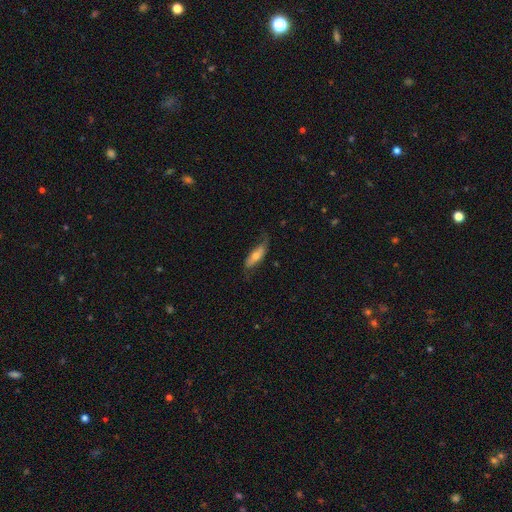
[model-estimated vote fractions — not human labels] This is possibly a smooth galaxy (48%). Merging: possibly none (59%).